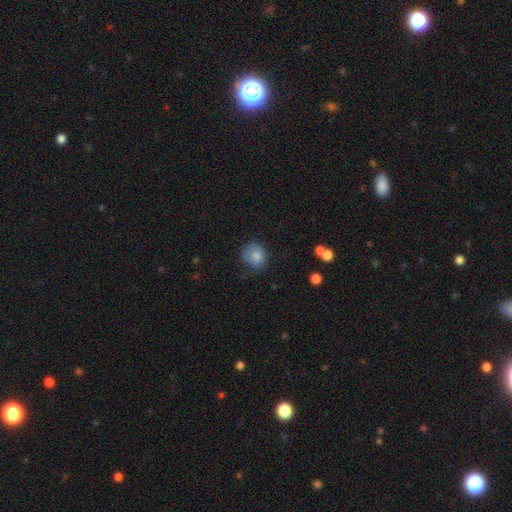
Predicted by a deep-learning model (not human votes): smooth 84%, star or artifact 9%, featured or disk 8%. Down the decision tree: how rounded — round (77%); merging — none (65%).